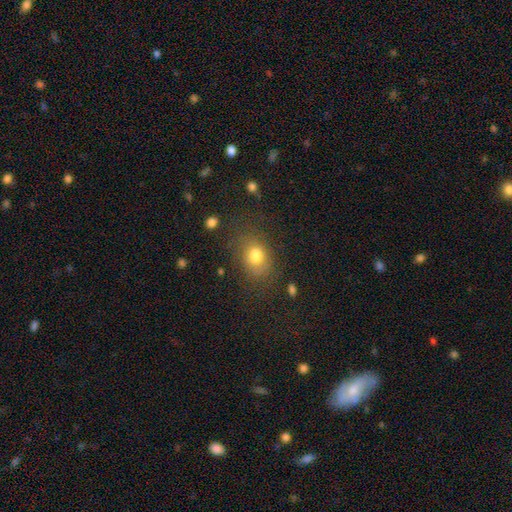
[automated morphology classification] The model was most divided on "how rounded": in between: 63%, round: 35%, cigar-shaped: 1%. More confident: smooth or featured — smooth (76%); merging — none (65%).